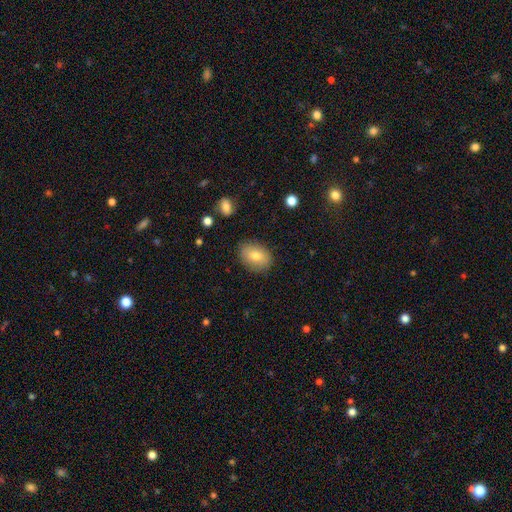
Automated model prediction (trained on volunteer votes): A smooth galaxy with no disk features (77%) that is in between round and cigar-shaped (76%). Merging: none (85%).